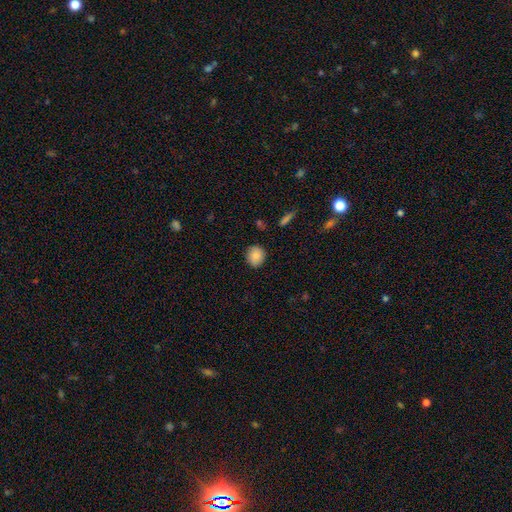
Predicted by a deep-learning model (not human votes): Morphology: type=smooth (85%); roundness=round (79%); merging=none (85%).